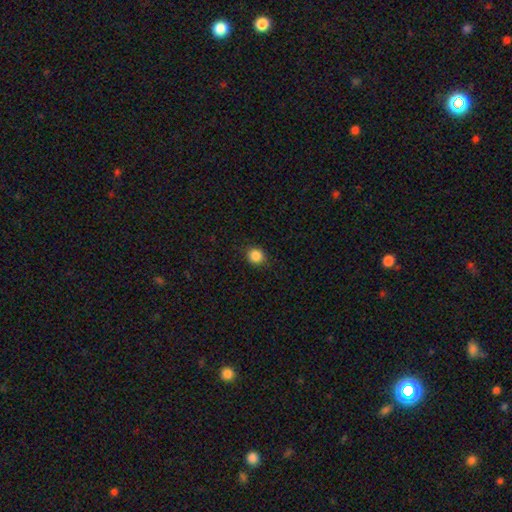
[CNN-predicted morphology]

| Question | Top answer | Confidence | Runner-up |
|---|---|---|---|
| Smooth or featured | smooth | 86% | star or artifact (10%) |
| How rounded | round | 85% | in between (14%) |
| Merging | none | 88% | minor disturbance (9%) |